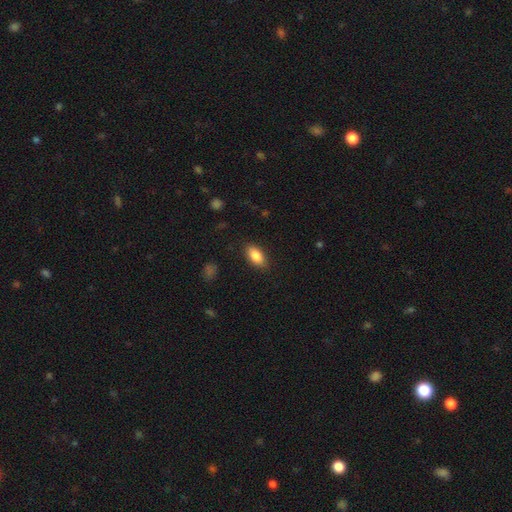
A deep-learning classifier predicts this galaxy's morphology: Smooth or featured?
  - smooth: 87% *
  - star or artifact: 7%
  - featured or disk: 6%
How rounded?
  - in between: 90% *
  - cigar-shaped: 6%
  - round: 4%
Merging?
  - none: 87% *
  - minor disturbance: 10%
  - major disturbance: 3%
  - merger: 1%